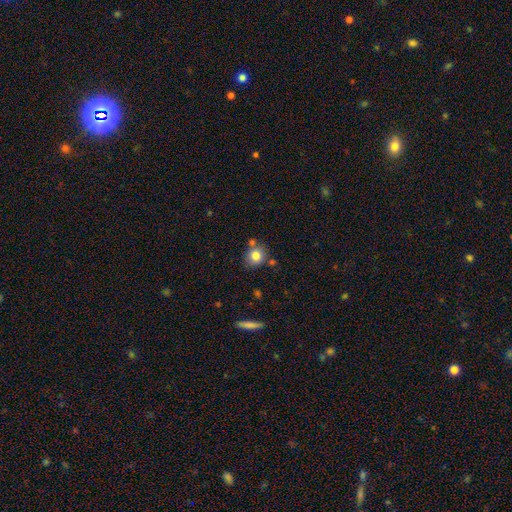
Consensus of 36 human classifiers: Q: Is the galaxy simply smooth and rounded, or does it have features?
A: smooth — 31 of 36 (86%).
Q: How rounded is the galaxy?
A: round — 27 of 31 (87%).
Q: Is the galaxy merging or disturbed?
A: none — 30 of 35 (86%).